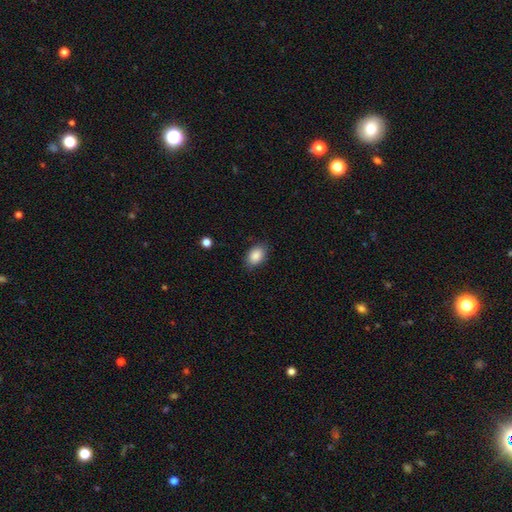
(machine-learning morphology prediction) This is clearly a smooth galaxy (87%). How rounded: clearly in between (85%). Merging: clearly none (83%).